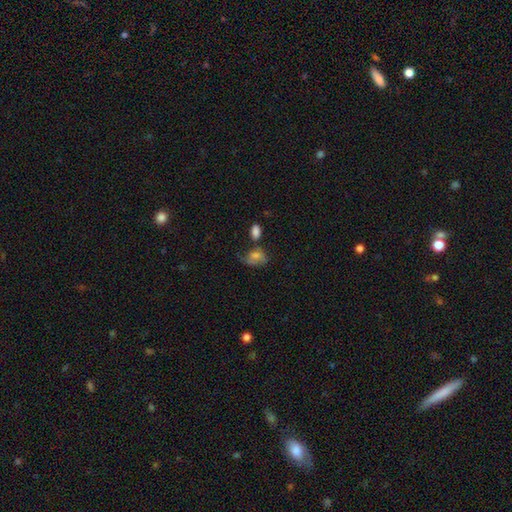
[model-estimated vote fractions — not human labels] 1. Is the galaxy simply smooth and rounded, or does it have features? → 68% smooth, 20% featured or disk, 12% star or artifact.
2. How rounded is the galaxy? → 75% in between, 23% round, 2% cigar-shaped.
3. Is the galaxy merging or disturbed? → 33% none, 28% minor disturbance, 22% major disturbance, 17% merger.